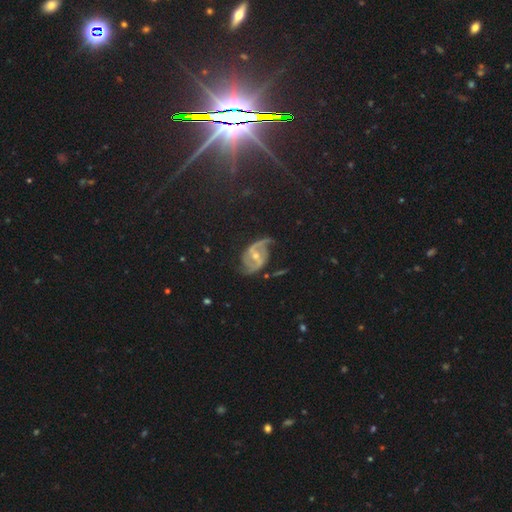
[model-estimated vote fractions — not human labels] A featured or disk galaxy (84%) with a weak bar (46%), 2 (86%) medium (42%) spiral arms (95%) and a moderate central bulge (55%). Merging: none (59%).